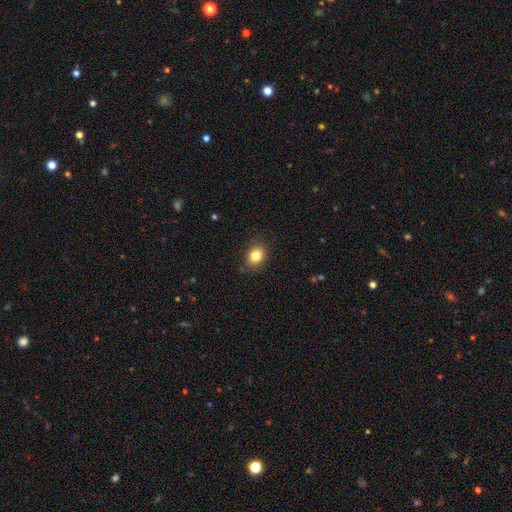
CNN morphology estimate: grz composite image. It shows a smooth galaxy with no disk features (83%) that is round (53%). Merging: none (85%).